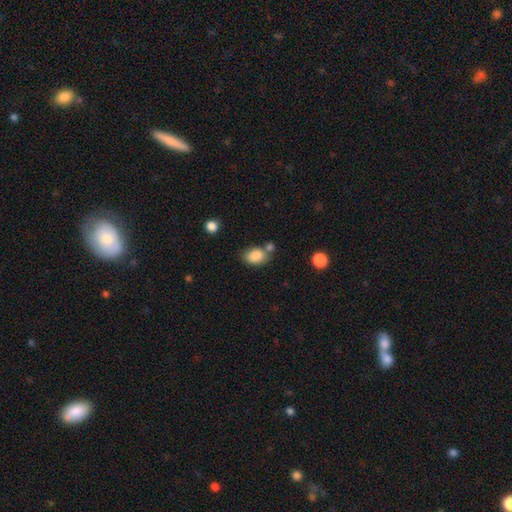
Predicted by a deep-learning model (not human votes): This appears to be a smooth galaxy with no disk features (86%) that is in between round and cigar-shaped (77%). Merging: none (57%).